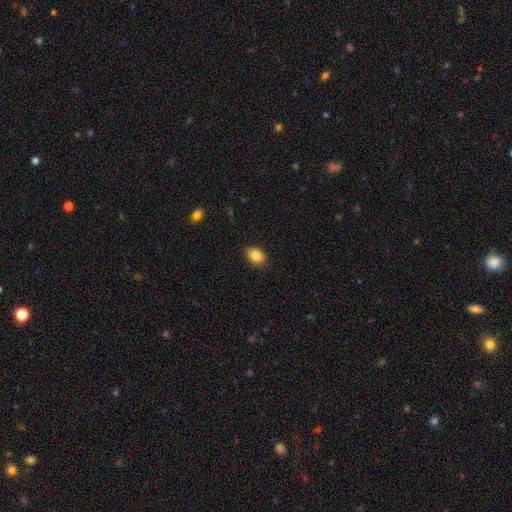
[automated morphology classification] Overall: smooth (84%). How rounded: in between (70%). Merging: none (78%).